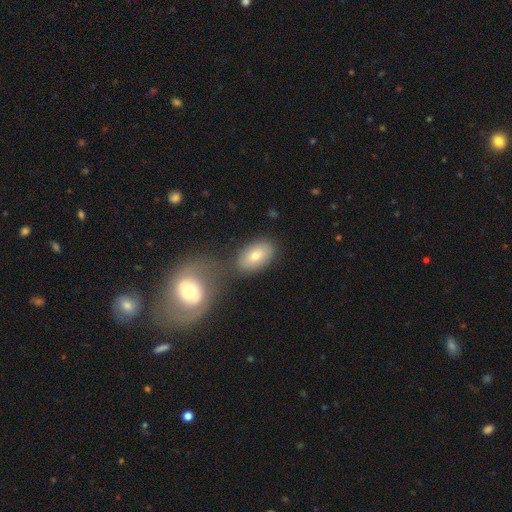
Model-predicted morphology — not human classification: Smooth or featured? Predicted: smooth (p=0.71). How rounded? Predicted: in between (p=0.88). Merging? Predicted: none (p=0.71).